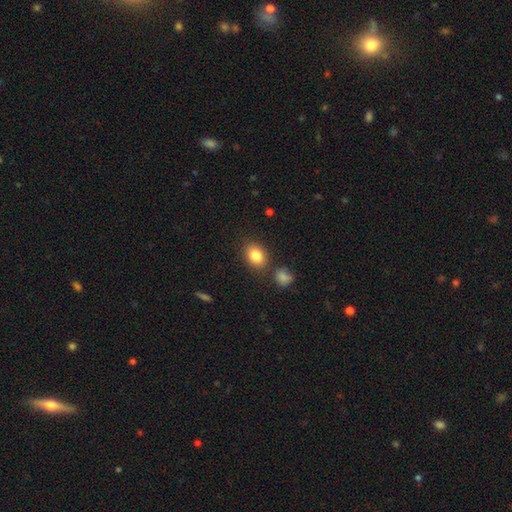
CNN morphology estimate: This appears to be a smooth galaxy with no disk features (84%) that is in between round and cigar-shaped (67%). Merging: none (80%).